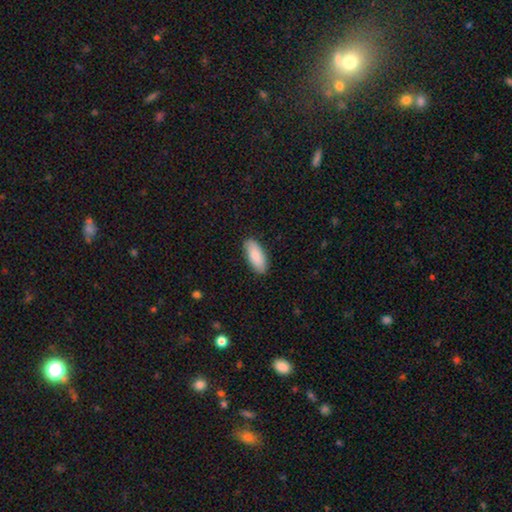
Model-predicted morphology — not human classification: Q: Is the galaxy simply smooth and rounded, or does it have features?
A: smooth — 86%.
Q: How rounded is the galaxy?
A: in between — 85%.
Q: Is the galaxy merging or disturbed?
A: none — 87%.